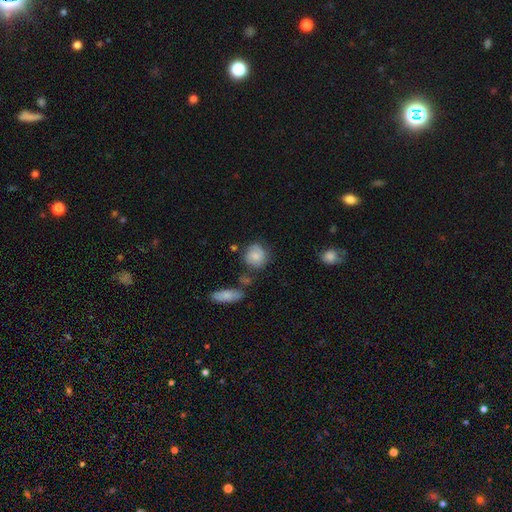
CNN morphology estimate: This is possibly a smooth galaxy (59%). How rounded: likely round (78%). Merging: likely none (63%).